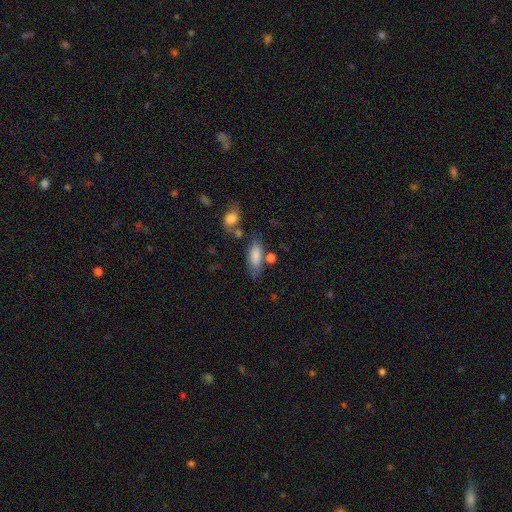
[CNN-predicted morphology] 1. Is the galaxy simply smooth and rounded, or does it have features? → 81% smooth, 12% featured or disk, 7% star or artifact.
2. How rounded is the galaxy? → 80% in between, 16% cigar-shaped, 3% round.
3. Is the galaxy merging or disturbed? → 57% none, 20% minor disturbance, 15% merger, 8% major disturbance.